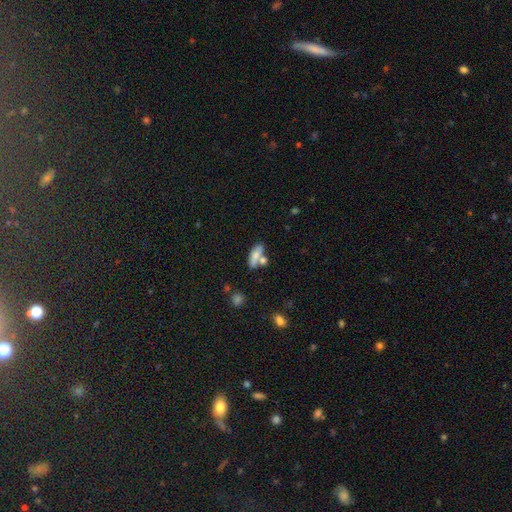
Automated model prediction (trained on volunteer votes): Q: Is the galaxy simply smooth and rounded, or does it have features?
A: smooth — 72%.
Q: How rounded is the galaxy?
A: in between — 63%.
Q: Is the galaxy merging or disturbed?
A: none — 50%.